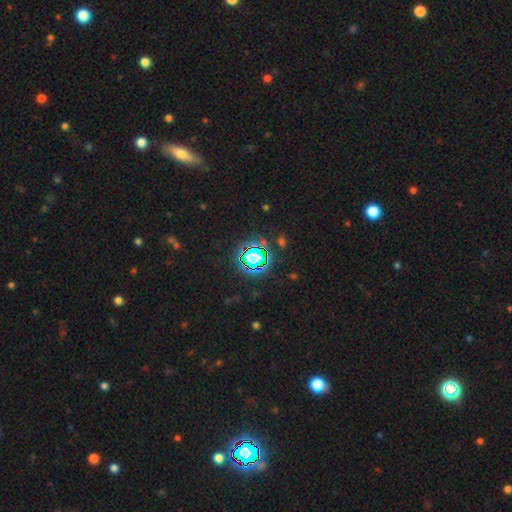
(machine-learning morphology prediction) star or artifact 69%, smooth 20%, featured or disk 11%.